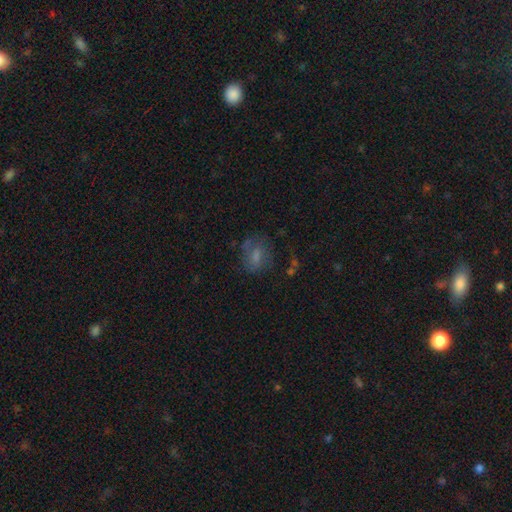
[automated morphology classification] Smooth or featured: smooth — 55% (featured or disk — 32%)
How rounded: in between — 59% (round — 38%)
Merging: none — 57% (minor disturbance — 22%)